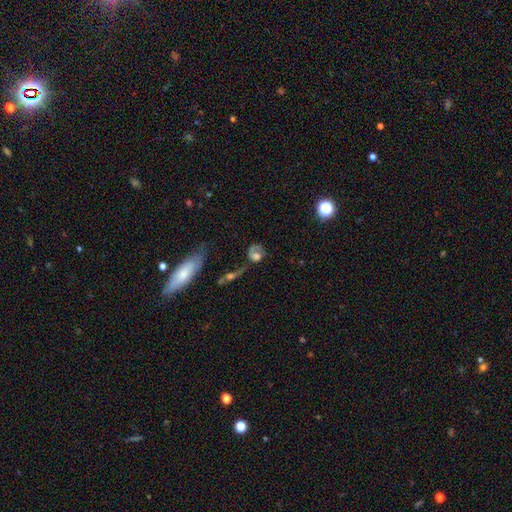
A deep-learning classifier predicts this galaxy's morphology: A smooth galaxy with no disk features (49%). Merging: major disturbance (33%).